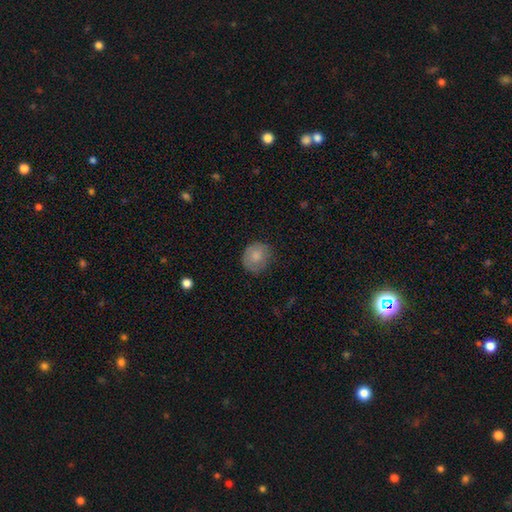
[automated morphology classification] Smooth or featured?
  - smooth: 78% *
  - featured or disk: 15%
  - star or artifact: 8%
How rounded?
  - round: 77% *
  - in between: 22%
  - cigar-shaped: 1%
Merging?
  - none: 72% *
  - minor disturbance: 21%
  - major disturbance: 6%
  - merger: 1%